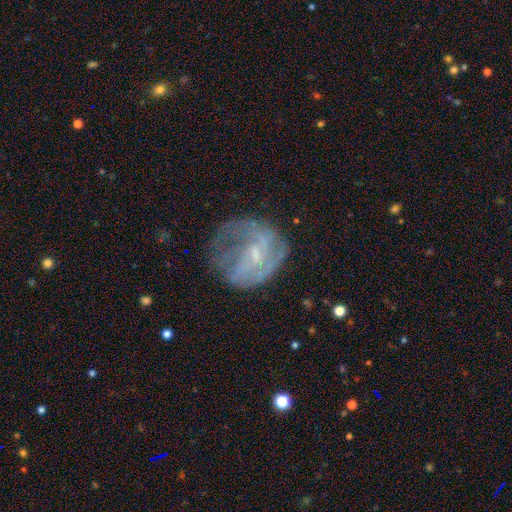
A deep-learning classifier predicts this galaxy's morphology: Overall: featured or disk (65%). Edge-on disk: no (97%). Bar: weak (45%; no 43%). Spiral arms: yes (60%; no 40%). Bulge size: small (56%; moderate 22%). Merging: none (47%; major disturbance 26%).